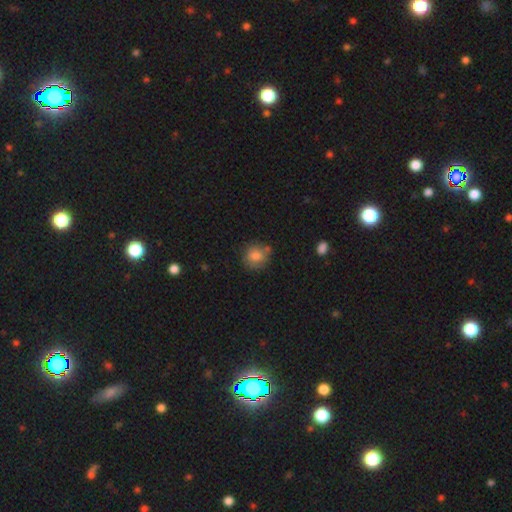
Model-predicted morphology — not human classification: The model was most divided on "merging": none: 70%, minor disturbance: 18%, merger: 8%, major disturbance: 4%. More confident: how rounded — round (87%); smooth or featured — smooth (79%).